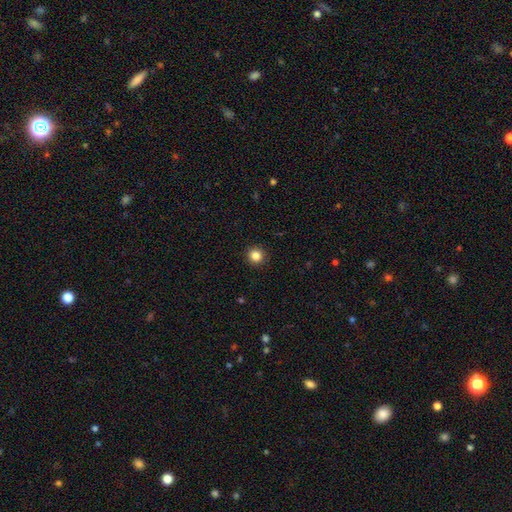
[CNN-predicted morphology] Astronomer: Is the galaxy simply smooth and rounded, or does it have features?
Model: smooth — 85%.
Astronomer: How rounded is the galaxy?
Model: round — 95%.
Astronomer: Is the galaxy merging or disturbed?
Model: none — 93%.